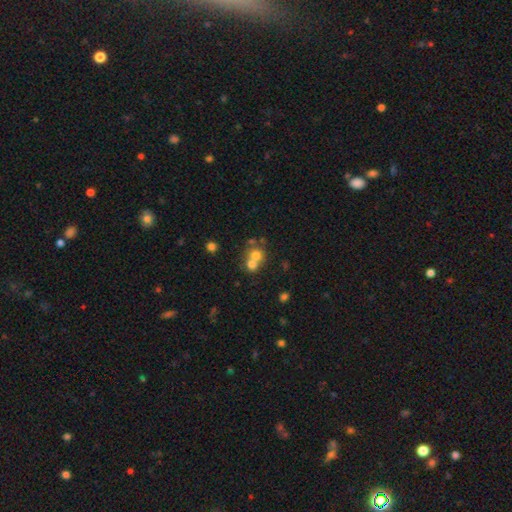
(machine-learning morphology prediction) smooth 68%, featured or disk 18%, star or artifact 14%. Down the decision tree: how rounded — round (81%); merging — merger (58%).